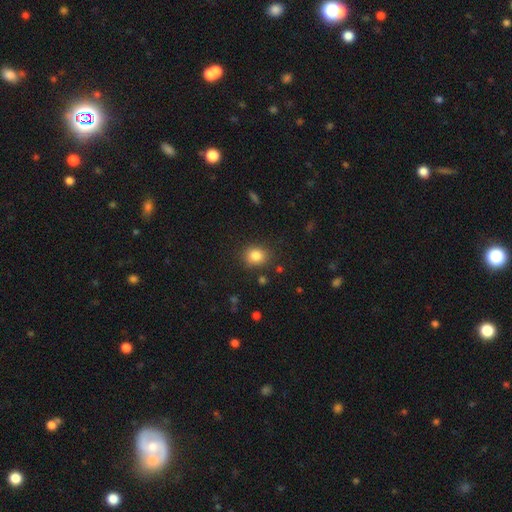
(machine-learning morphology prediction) Smooth or featured?
  - smooth: 84% *
  - star or artifact: 11%
  - featured or disk: 6%
How rounded?
  - round: 67% *
  - in between: 32%
  - cigar-shaped: 1%
Merging?
  - none: 84% *
  - minor disturbance: 10%
  - major disturbance: 3%
  - merger: 2%